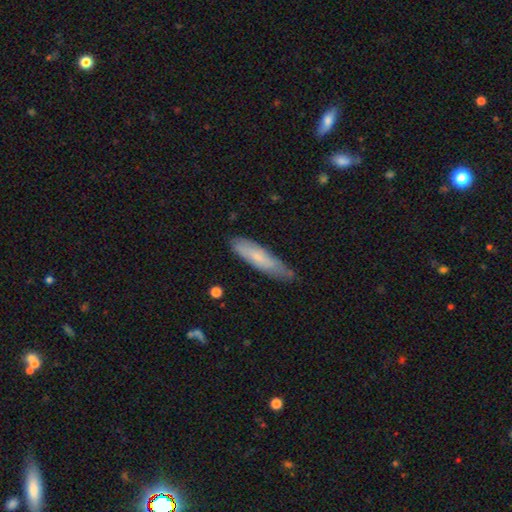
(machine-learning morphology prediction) type=smooth (67%); roundness=cigar-shaped (71%); merging=none (67%).